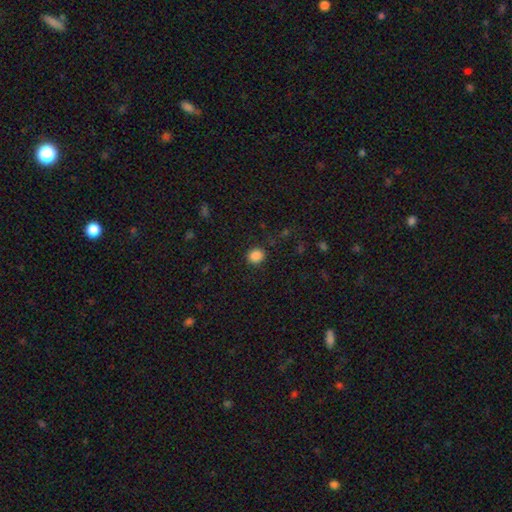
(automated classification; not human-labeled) smooth-or-featured: smooth: 86% | star or artifact: 10% | featured or disk: 3%
  how-rounded: round: 80% | in between: 19% | cigar-shaped: 1%
  merging: none: 88% | minor disturbance: 8% | major disturbance: 3% | merger: 1%